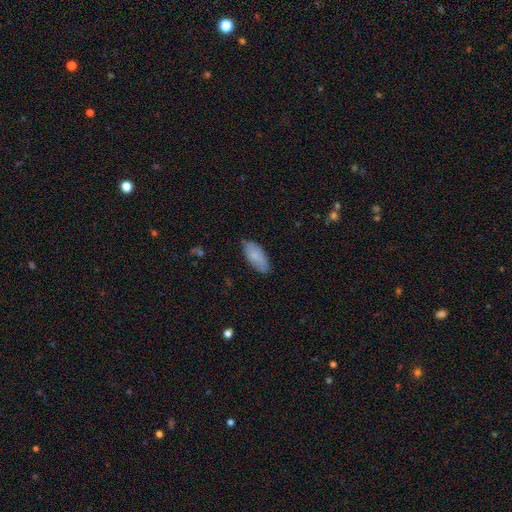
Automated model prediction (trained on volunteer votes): Smooth or featured? smooth (81%)
How rounded? in between (88%)
Merging? none (77%)